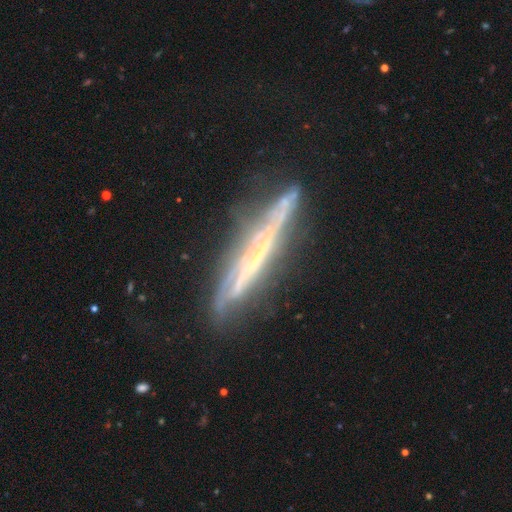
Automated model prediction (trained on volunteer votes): Smooth or featured?
  - featured or disk: 75% *
  - smooth: 17%
  - star or artifact: 8%
Edge-on disk?
  - yes: 90% *
  - no: 10%
Edge-on bulge?
  - none: 79% *
  - rounded: 12%
  - boxy: 9%
Merging?
  - none: 70% *
  - minor disturbance: 20%
  - major disturbance: 6%
  - merger: 3%